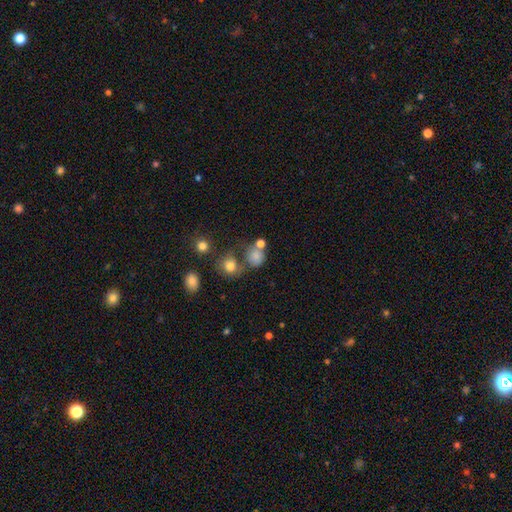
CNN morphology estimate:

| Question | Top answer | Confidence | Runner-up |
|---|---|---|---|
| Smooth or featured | smooth | 77% | star or artifact (13%) |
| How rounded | round | 77% | in between (22%) |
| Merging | none | 49% | merger (28%) |